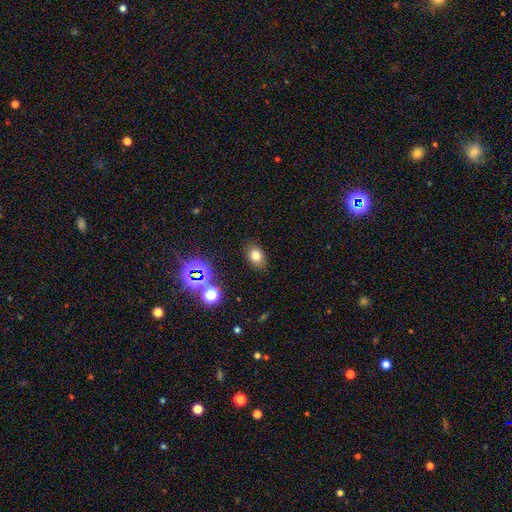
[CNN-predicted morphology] This is likely a smooth galaxy (74%). How rounded: likely in between (70%). Merging: clearly none (86%).